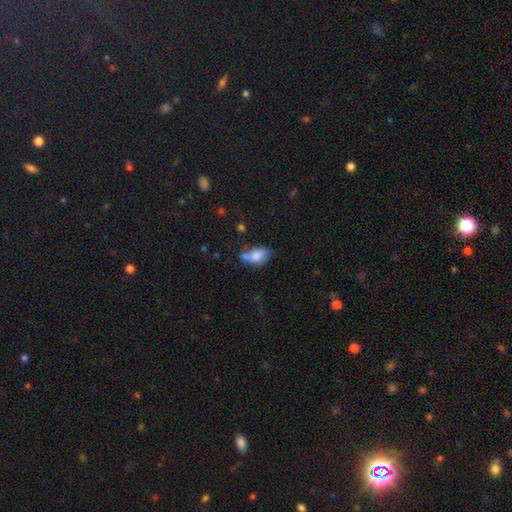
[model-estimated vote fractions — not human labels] Morphology: type=smooth (76%); roundness=in between (88%); merging=none (37%).